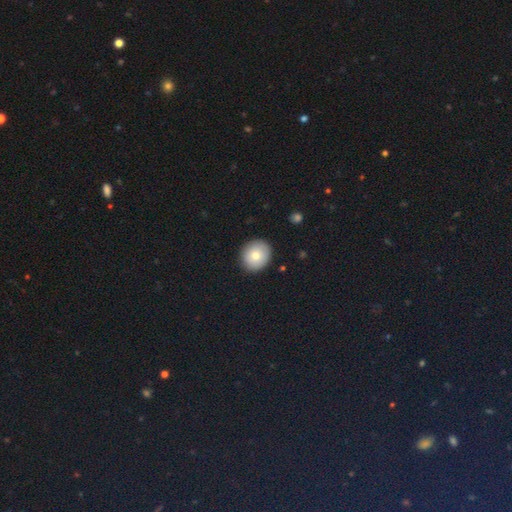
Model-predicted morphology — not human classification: Smooth or featured: smooth — 77% (featured or disk — 14%)
How rounded: round — 84% (in between — 15%)
Merging: none — 90% (minor disturbance — 7%)